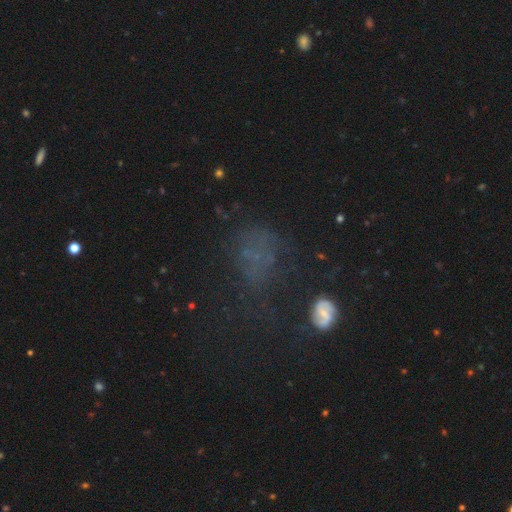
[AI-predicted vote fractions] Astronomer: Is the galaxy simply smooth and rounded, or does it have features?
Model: star or artifact — 41%, tied with smooth at 41%.